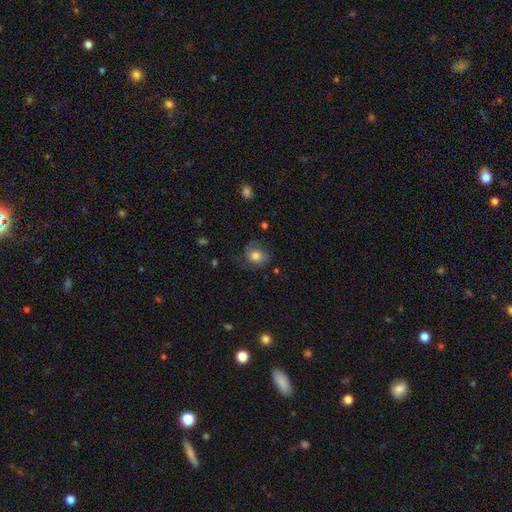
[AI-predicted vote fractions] Smooth or featured: smooth — 73% (featured or disk — 17%)
How rounded: round — 70% (in between — 29%)
Merging: none — 64% (minor disturbance — 24%)